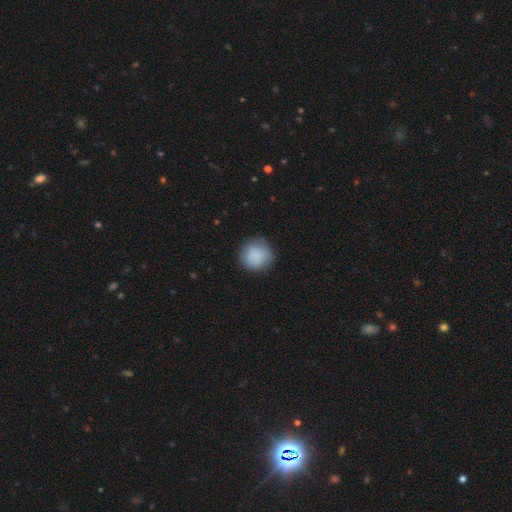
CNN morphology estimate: Smooth or featured? Predicted: smooth (p=0.88). How rounded? Predicted: round (p=0.92). Merging? Predicted: none (p=0.83).